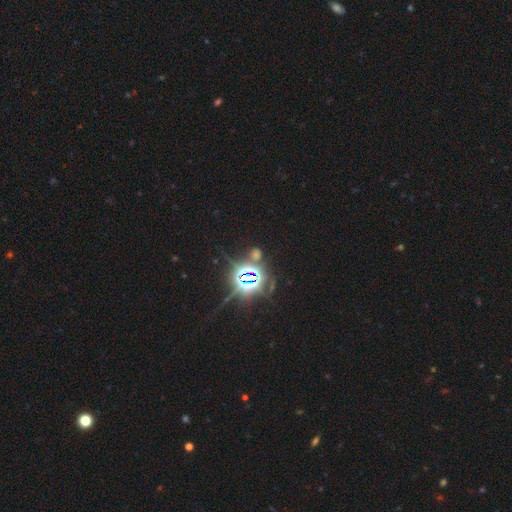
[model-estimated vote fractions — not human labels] Overall: star or artifact (81%).